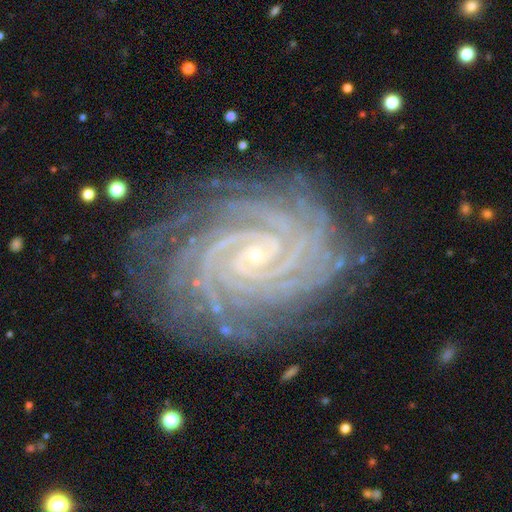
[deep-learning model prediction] Morphology: type=featured or disk (92%); edge-on=no (98%); bar=no (58%); spiral arms=yes (99%); winding=tight (88%); arm count=more than 4 (26%); bulge=small (87%); merging=none (82%).